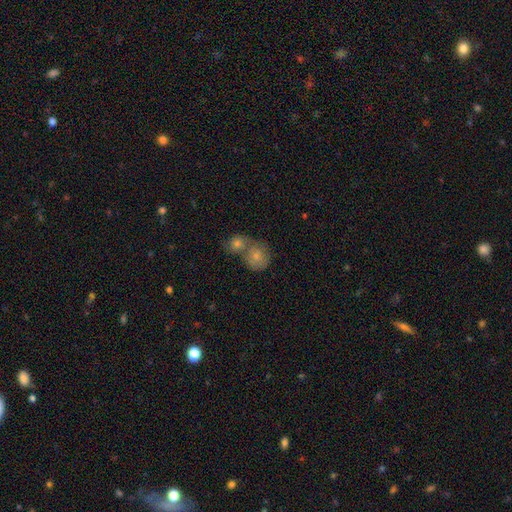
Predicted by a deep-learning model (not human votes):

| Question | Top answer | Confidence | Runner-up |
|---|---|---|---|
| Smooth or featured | smooth | 73% | featured or disk (18%) |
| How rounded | round | 78% | in between (21%) |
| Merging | merger | 63% | none (27%) |